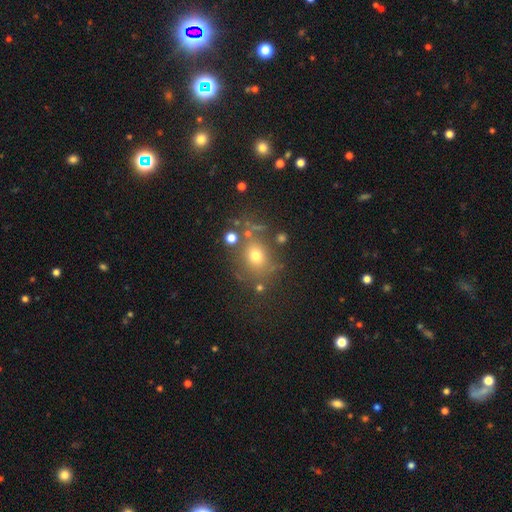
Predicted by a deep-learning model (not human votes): Q: Smooth or featured?
A: smooth (67%); runner-up: star or artifact (20%)
Q: How rounded?
A: round (66%); runner-up: in between (32%)
Q: Merging?
A: none (70%); runner-up: minor disturbance (14%)